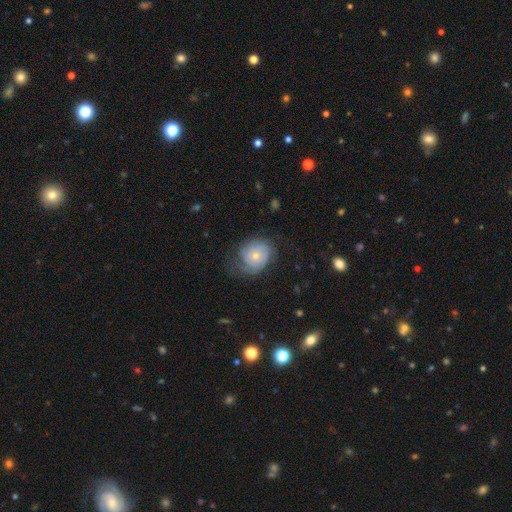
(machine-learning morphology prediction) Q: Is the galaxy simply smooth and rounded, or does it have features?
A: featured or disk — 54%.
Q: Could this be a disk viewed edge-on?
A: no — 97%.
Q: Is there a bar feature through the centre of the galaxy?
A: no — 83%.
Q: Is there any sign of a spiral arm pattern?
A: yes — 84%.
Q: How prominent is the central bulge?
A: small — 58%.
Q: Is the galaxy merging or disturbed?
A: none — 56%.